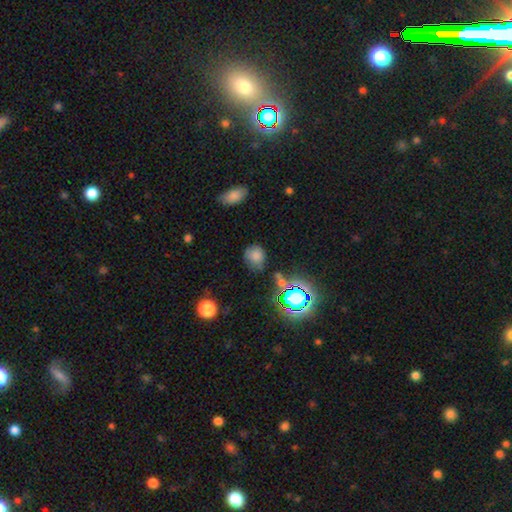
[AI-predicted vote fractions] Overall: smooth (71%). How rounded: round (67%; in between 32%). Merging: none (61%; minor disturbance 25%).